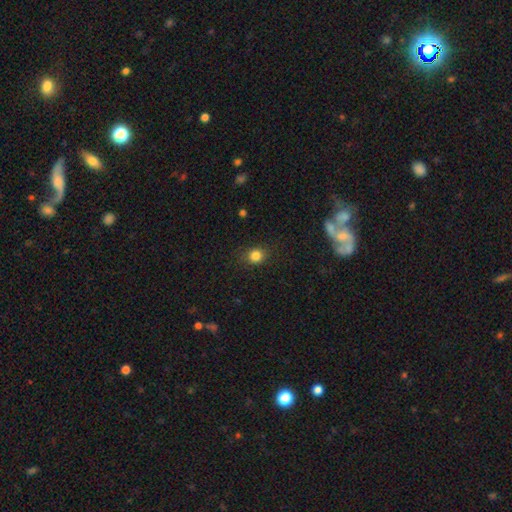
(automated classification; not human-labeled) A smooth galaxy with no disk features (83%) that is round (76%). Merging: none (85%).